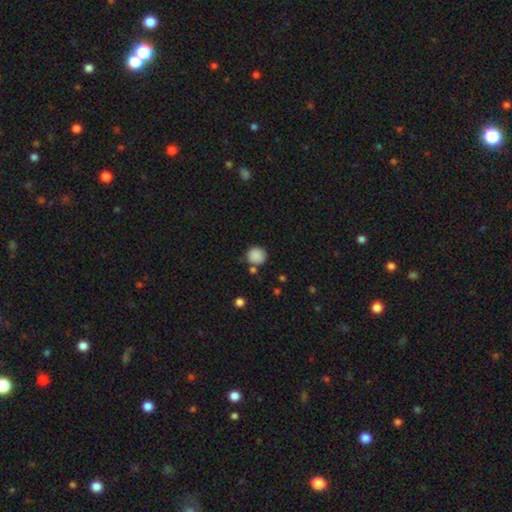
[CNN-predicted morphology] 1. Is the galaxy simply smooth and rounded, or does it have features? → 87% smooth, 9% star or artifact, 4% featured or disk.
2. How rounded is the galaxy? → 90% round, 9% in between, 1% cigar-shaped.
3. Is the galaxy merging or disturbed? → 75% none, 13% minor disturbance, 8% merger, 4% major disturbance.